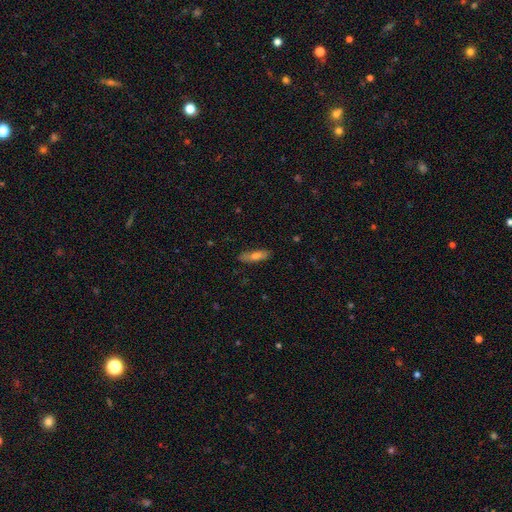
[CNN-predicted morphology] smooth-or-featured: smooth: 66% | featured or disk: 26% | star or artifact: 8%
  how-rounded: cigar-shaped: 59% | in between: 39% | round: 2%
  merging: none: 82% | minor disturbance: 14% | major disturbance: 3% | merger: 1%